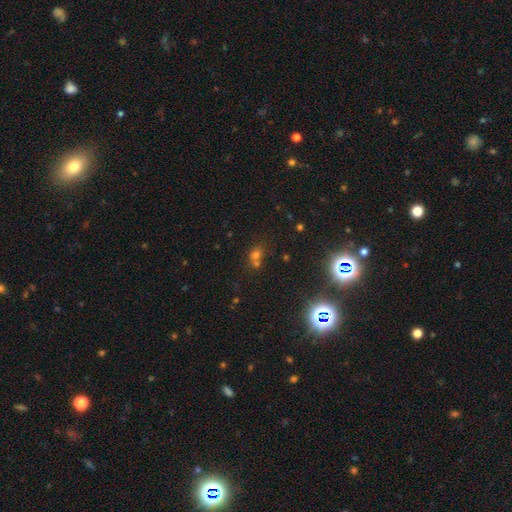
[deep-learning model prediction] smooth-or-featured: star or artifact: 45% (tied) | smooth: 45% (tied) | featured or disk: 10%